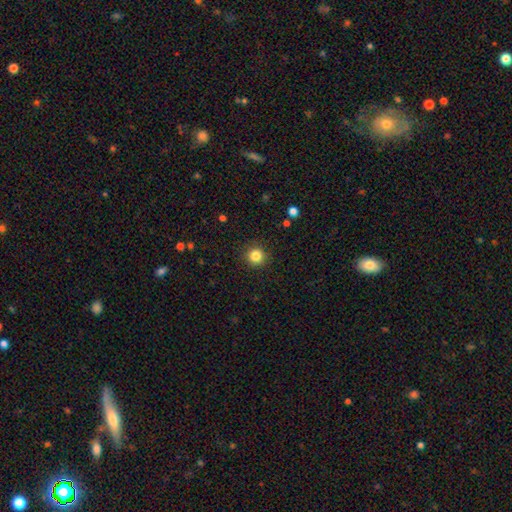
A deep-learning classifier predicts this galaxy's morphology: The model was most divided on "smooth or featured": smooth: 84%, star or artifact: 12%, featured or disk: 5%. More confident: how rounded — round (95%); merging — none (91%).